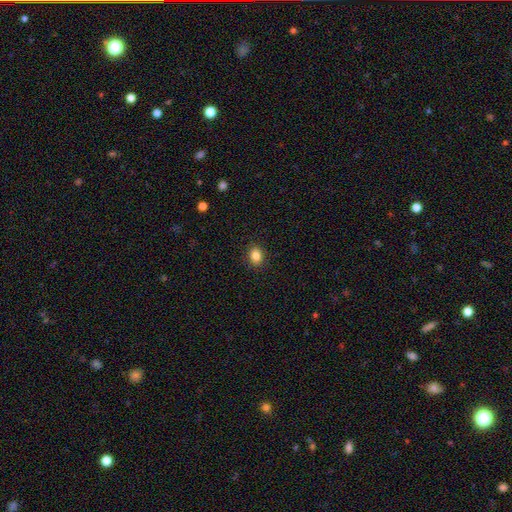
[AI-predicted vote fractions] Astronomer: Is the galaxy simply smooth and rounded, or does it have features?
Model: smooth — 85%.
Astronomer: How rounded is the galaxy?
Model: in between — 53% (runner-up: round, 46%).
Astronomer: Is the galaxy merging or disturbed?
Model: none — 90%.